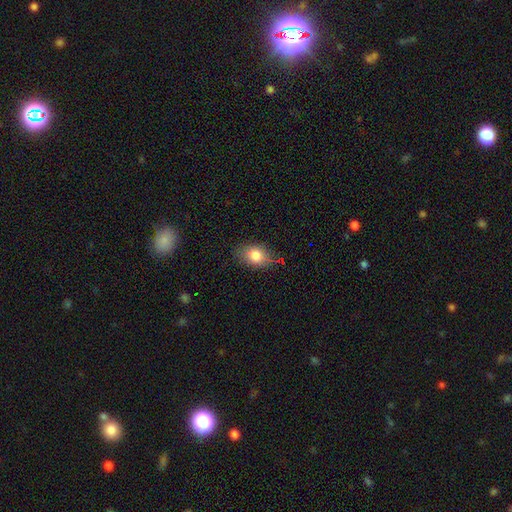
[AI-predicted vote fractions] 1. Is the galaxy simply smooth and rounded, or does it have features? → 78% smooth, 12% featured or disk, 10% star or artifact.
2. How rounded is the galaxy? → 77% in between, 21% round, 3% cigar-shaped.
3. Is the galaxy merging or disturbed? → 75% none, 19% minor disturbance, 4% major disturbance, 2% merger.